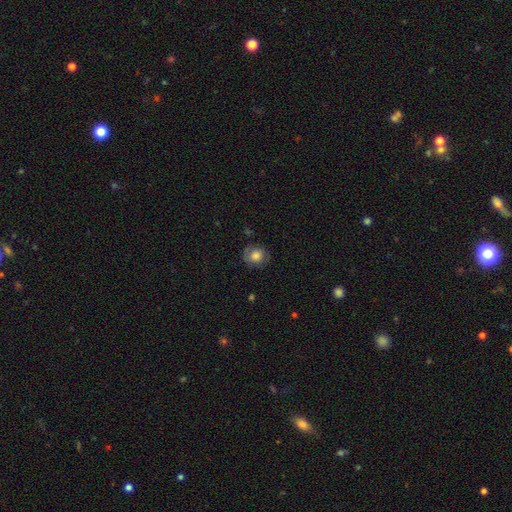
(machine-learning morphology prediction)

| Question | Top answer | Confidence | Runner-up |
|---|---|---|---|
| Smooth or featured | smooth | 72% | featured or disk (19%) |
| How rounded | round | 78% | in between (21%) |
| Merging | none | 74% | minor disturbance (18%) |